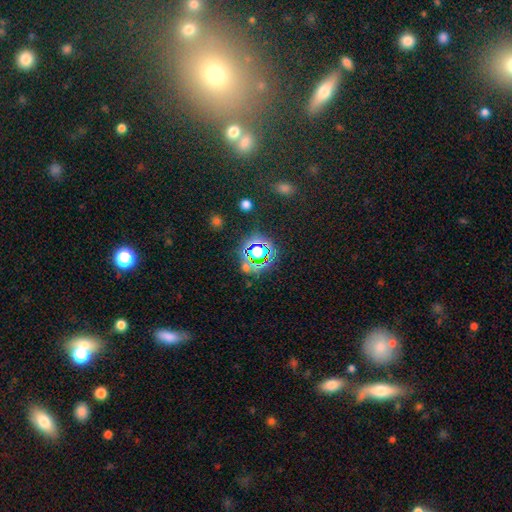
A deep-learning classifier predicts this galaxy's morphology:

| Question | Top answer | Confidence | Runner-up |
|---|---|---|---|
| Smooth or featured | star or artifact | 69% | smooth (20%) |